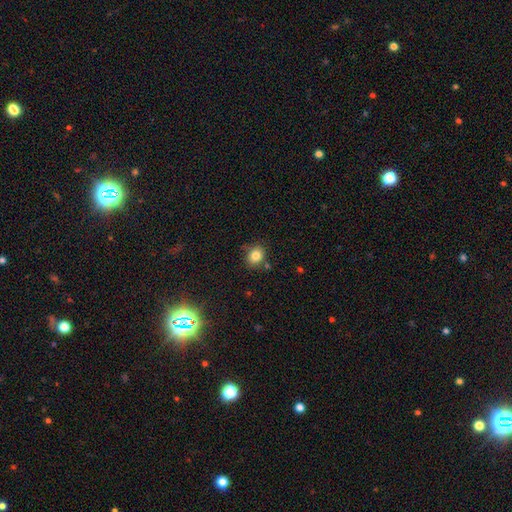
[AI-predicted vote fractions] smooth 82%, star or artifact 11%, featured or disk 7%. Down the decision tree: how rounded — round (64%); merging — none (78%).